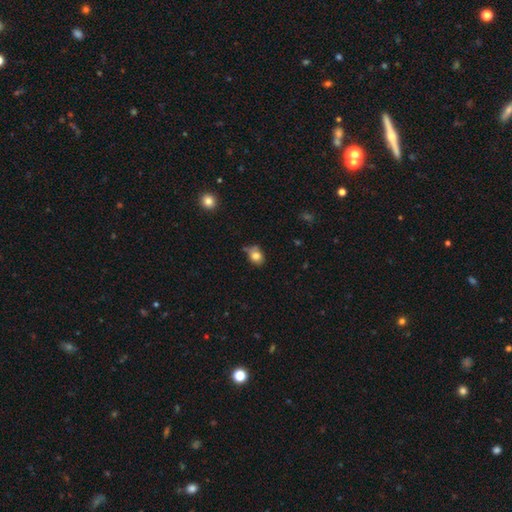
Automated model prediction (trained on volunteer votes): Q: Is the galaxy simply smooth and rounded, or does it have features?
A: smooth — 79%.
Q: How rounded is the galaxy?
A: in between — 59%.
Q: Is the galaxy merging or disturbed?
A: none — 53%.